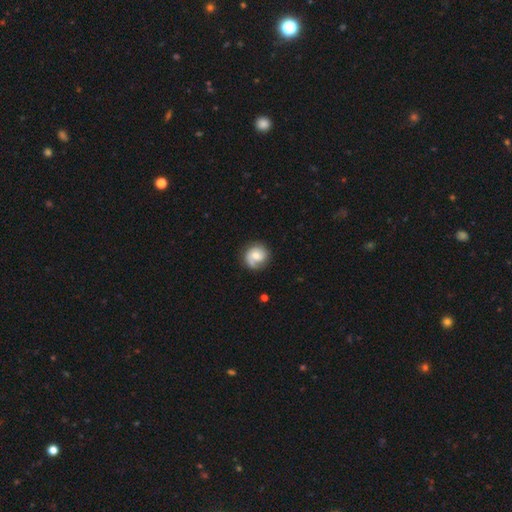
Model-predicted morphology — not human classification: Q: Smooth or featured?
A: featured or disk (54%); runner-up: smooth (39%)
Q: Edge-on disk?
A: no (98%); runner-up: yes (2%)
Q: Bar?
A: no (67%); runner-up: weak (29%)
Q: Spiral arms?
A: yes (87%); runner-up: no (13%)
Q: Bulge size?
A: moderate (54%); runner-up: small (35%)
Q: Merging?
A: none (73%); runner-up: minor disturbance (18%)